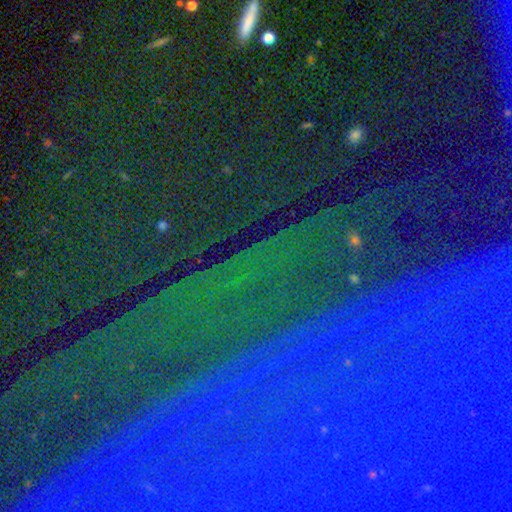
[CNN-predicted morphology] Smooth or featured?
  - star or artifact: 88% *
  - featured or disk: 6%
  - smooth: 6%